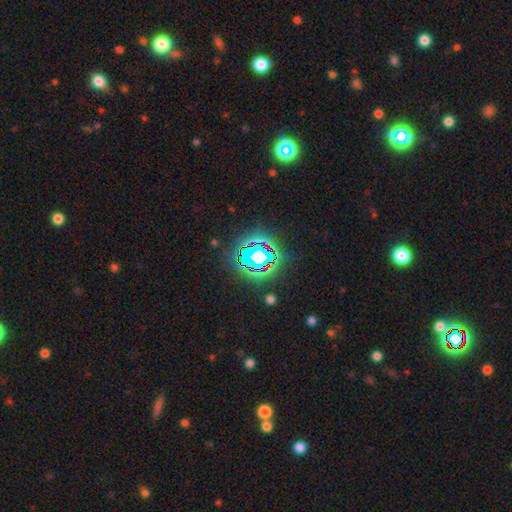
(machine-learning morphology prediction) A star or artifact, not a galaxy (81%).